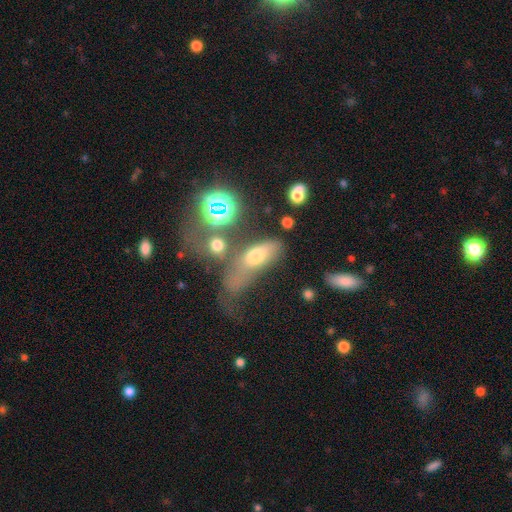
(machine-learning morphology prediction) smooth 55%, featured or disk 26%, star or artifact 19%. Down the decision tree: how rounded — in between (65%); merging — major disturbance (29%).